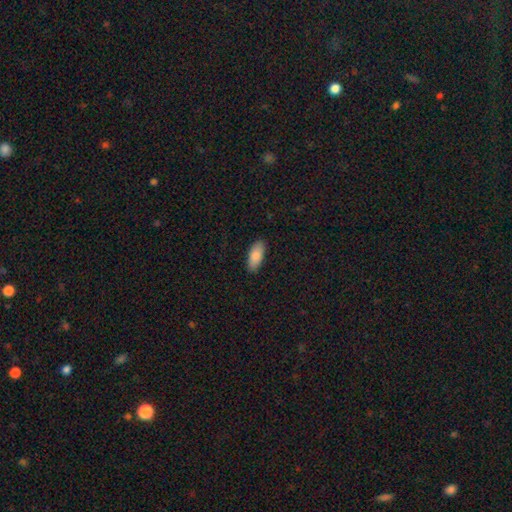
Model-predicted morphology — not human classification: This appears to be a smooth galaxy with no disk features (86%) that is in between round and cigar-shaped (87%). Merging: none (89%).